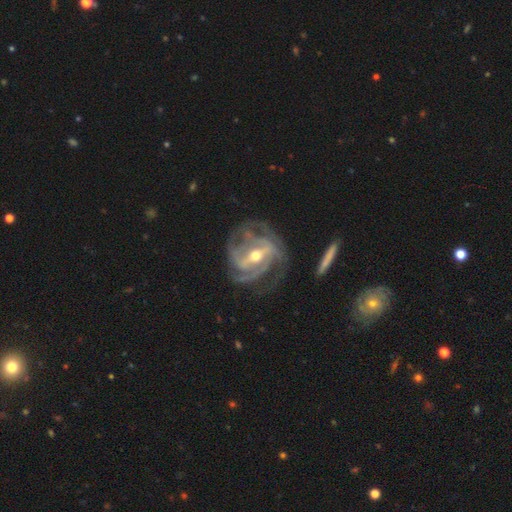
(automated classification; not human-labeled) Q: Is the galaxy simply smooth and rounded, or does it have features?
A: featured or disk — 91%.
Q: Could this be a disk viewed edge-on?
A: no — 97%.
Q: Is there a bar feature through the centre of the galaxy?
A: strong — 58%.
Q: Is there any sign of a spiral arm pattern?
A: yes — 97%.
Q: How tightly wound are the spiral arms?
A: tight — 48%.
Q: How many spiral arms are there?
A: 3 — 39%.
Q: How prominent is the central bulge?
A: moderate — 62%.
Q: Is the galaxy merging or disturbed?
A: none — 66%.